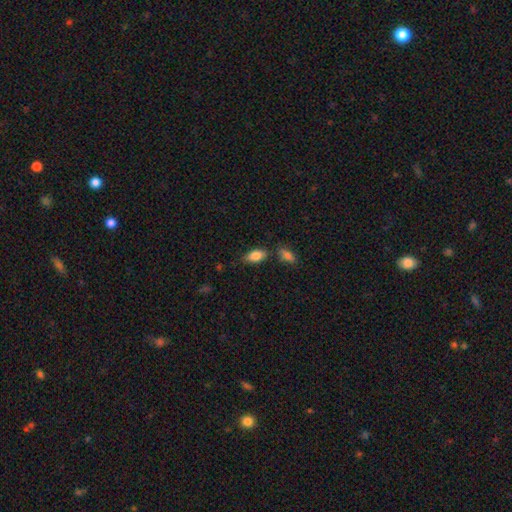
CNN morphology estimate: This appears to be a smooth galaxy with no disk features (83%) that is in between round and cigar-shaped (90%). Merging: none (71%).